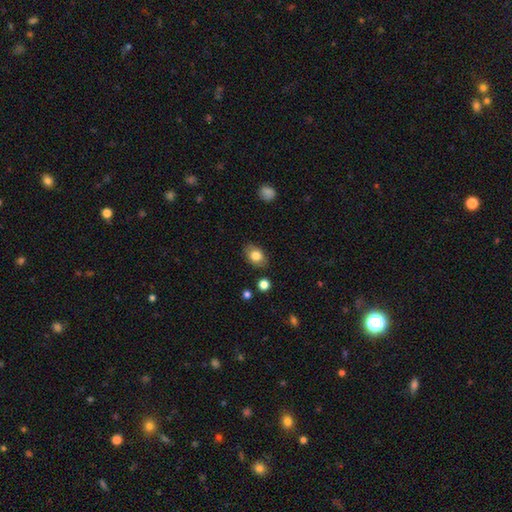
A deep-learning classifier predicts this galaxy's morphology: Smooth or featured?
  - smooth: 80% *
  - featured or disk: 13%
  - star or artifact: 8%
How rounded?
  - in between: 81% *
  - round: 18%
  - cigar-shaped: 1%
Merging?
  - none: 83% *
  - minor disturbance: 12%
  - major disturbance: 3%
  - merger: 2%